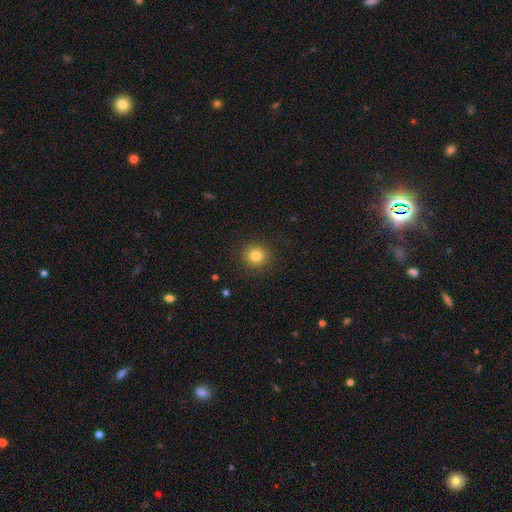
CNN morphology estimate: Smooth or featured? smooth (81%)
How rounded? round (91%)
Merging? none (90%)